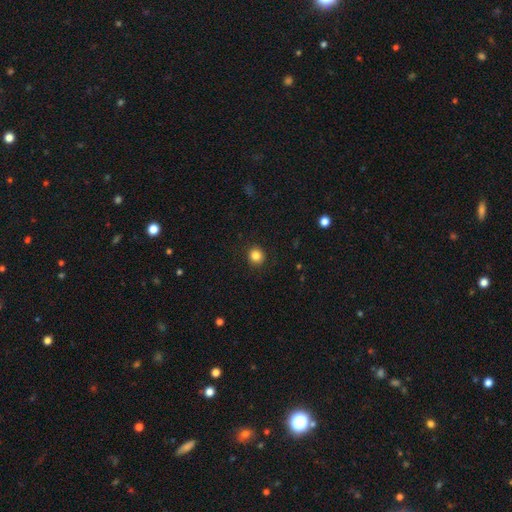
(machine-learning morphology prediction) Smooth or featured? smooth (84%)
How rounded? round (91%)
Merging? none (91%)